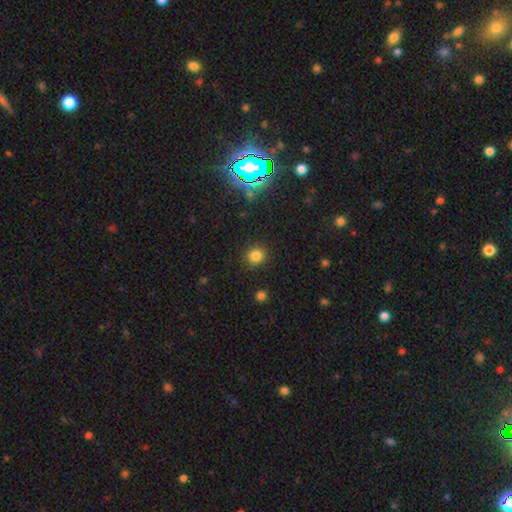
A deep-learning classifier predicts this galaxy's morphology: smooth-or-featured: smooth: 81% | star or artifact: 15% | featured or disk: 5%
  how-rounded: round: 90% | in between: 9% | cigar-shaped: 1%
  merging: none: 90% | minor disturbance: 6% | major disturbance: 3% | merger: 1%